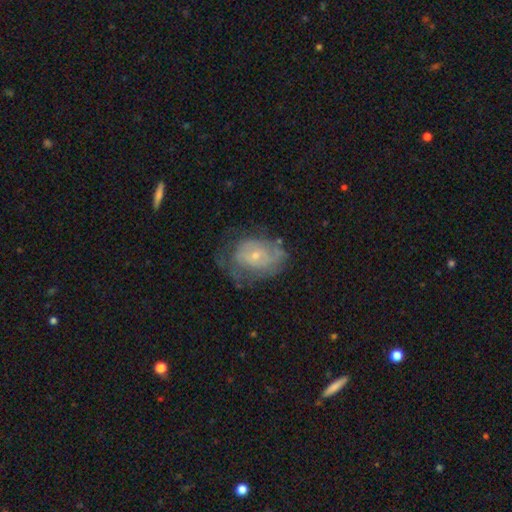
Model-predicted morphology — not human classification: Q: Smooth or featured?
A: featured or disk (63%); runner-up: smooth (29%)
Q: Edge-on disk?
A: no (96%); runner-up: yes (4%)
Q: Bar?
A: no (74%); runner-up: weak (23%)
Q: Spiral arms?
A: yes (63%); runner-up: no (37%)
Q: Bulge size?
A: small (68%); runner-up: moderate (27%)
Q: Merging?
A: none (47%); runner-up: minor disturbance (28%)